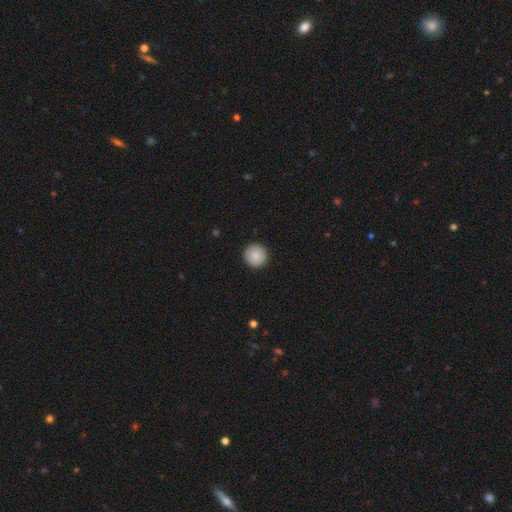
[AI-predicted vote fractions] This is clearly a smooth galaxy (87%). How rounded: clearly round (96%). Merging: clearly none (93%).